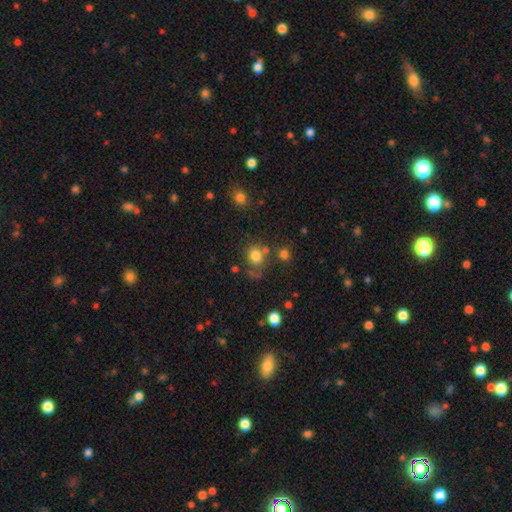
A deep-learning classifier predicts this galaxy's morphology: Q: Smooth or featured?
A: smooth (78%); runner-up: star or artifact (14%)
Q: How rounded?
A: round (71%); runner-up: in between (28%)
Q: Merging?
A: none (61%); runner-up: merger (16%)